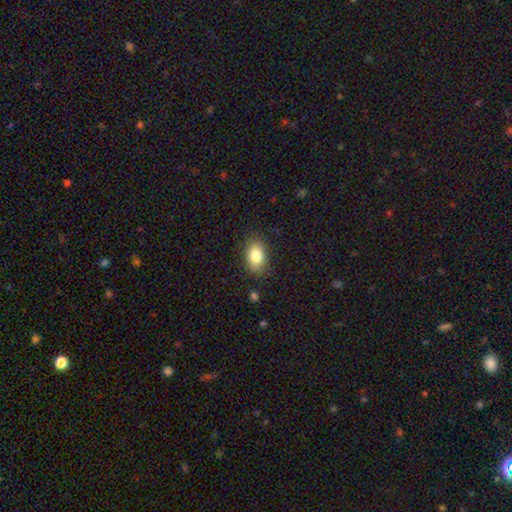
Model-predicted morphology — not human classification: This is clearly a smooth galaxy (82%). How rounded: clearly in between (86%). Merging: clearly none (84%).